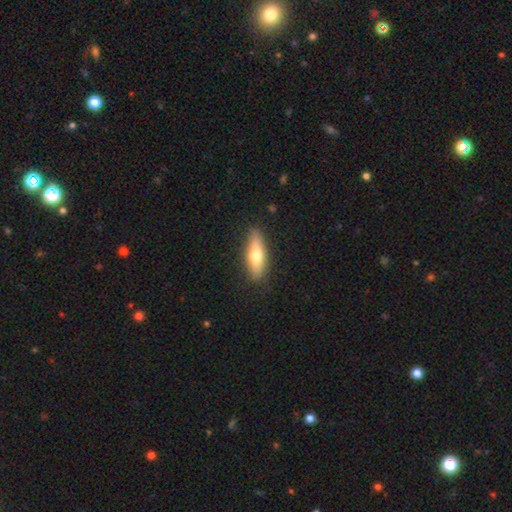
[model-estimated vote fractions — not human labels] Smooth or featured? Predicted: smooth (p=0.63). How rounded? Predicted: cigar-shaped (p=0.50). Merging? Predicted: none (p=0.85).